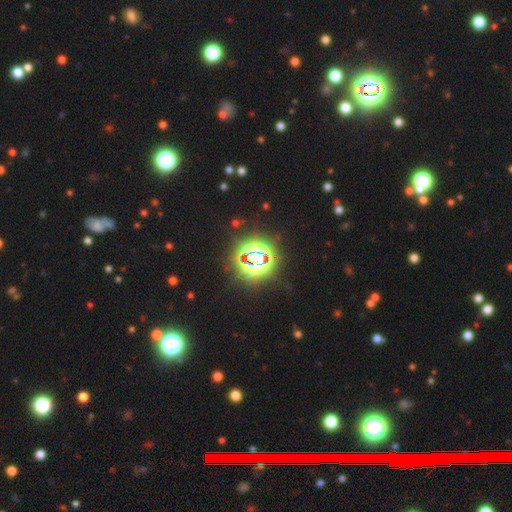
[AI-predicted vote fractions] Q: Smooth or featured?
A: star or artifact (79%); runner-up: smooth (13%)